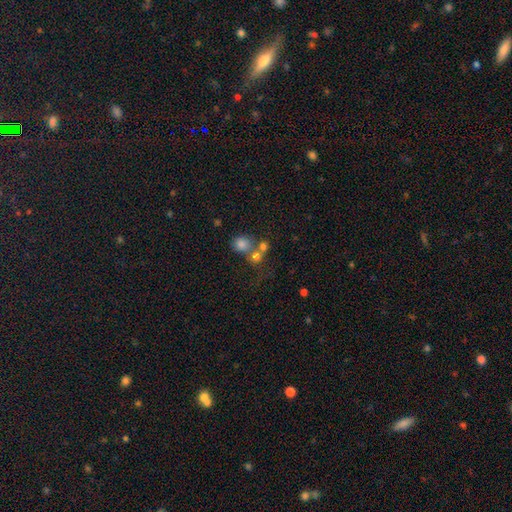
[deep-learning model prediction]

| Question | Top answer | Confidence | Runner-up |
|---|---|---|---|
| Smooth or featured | smooth | 70% | star or artifact (18%) |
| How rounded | round | 84% | in between (15%) |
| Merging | none | 46% | merger (42%) |